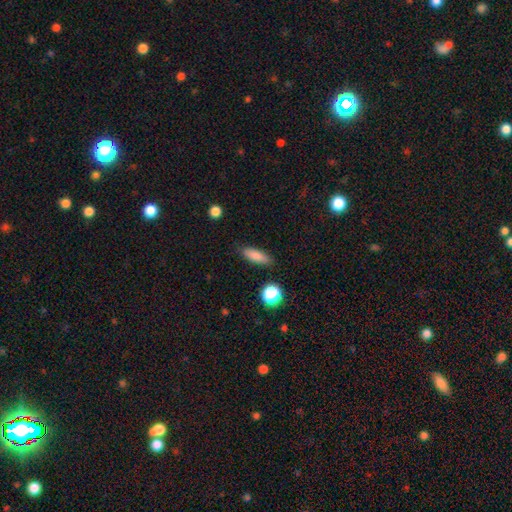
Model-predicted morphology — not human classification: smooth 83%, star or artifact 9%, featured or disk 9%. Down the decision tree: how rounded — in between (53%); merging — none (85%).